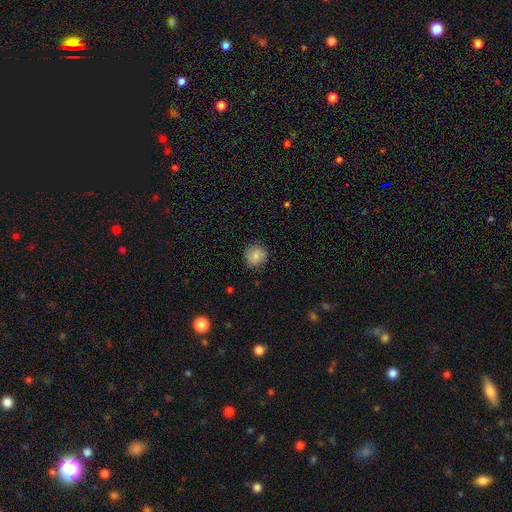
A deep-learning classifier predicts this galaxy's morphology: smooth 83%, star or artifact 9%, featured or disk 8%. Down the decision tree: how rounded — round (90%); merging — none (87%).